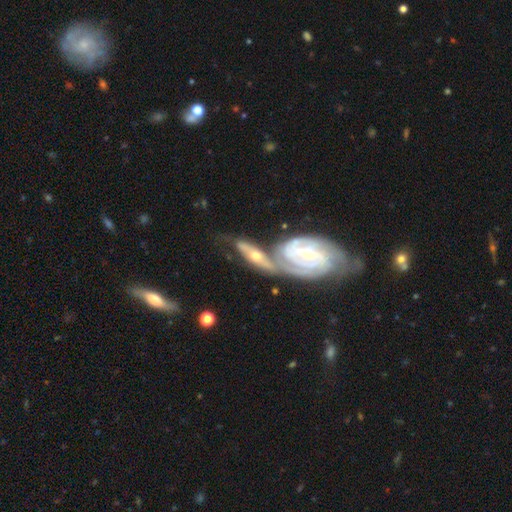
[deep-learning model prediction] This appears to be a featured or disk galaxy (80%) with no bar (46%), 2 (61%) tight (49%) spiral arms (90%) and a moderate central bulge (52%). Merging: merger (63%).